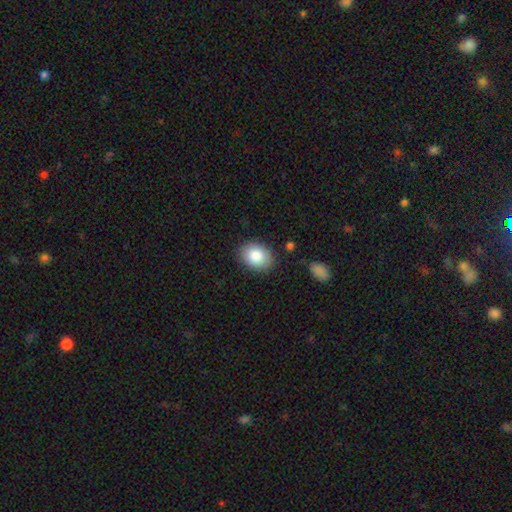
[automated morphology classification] smooth 86%, featured or disk 7%, star or artifact 7%. Down the decision tree: how rounded — in between (69%); merging — none (85%).